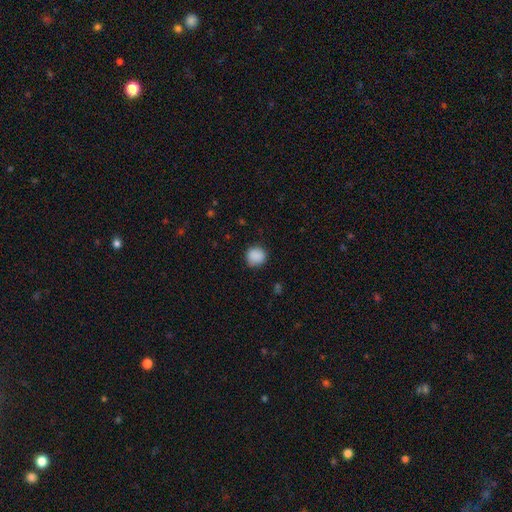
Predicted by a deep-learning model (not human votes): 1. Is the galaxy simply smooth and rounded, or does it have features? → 88% smooth, 8% star or artifact, 3% featured or disk.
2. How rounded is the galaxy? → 87% round, 12% in between, 1% cigar-shaped.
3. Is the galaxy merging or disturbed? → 84% none, 12% minor disturbance, 3% major disturbance, 1% merger.